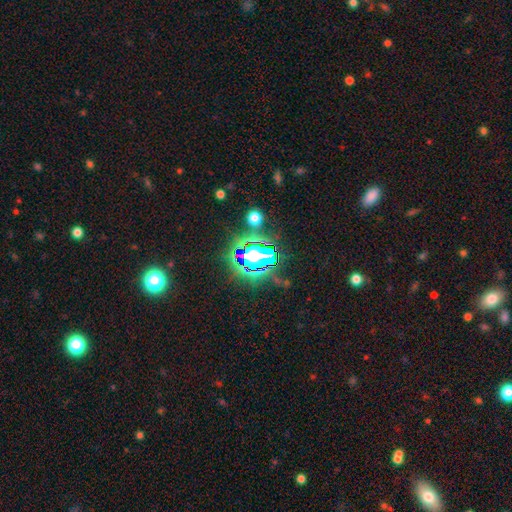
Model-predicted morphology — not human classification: Smooth or featured? Predicted: star or artifact (p=0.80).